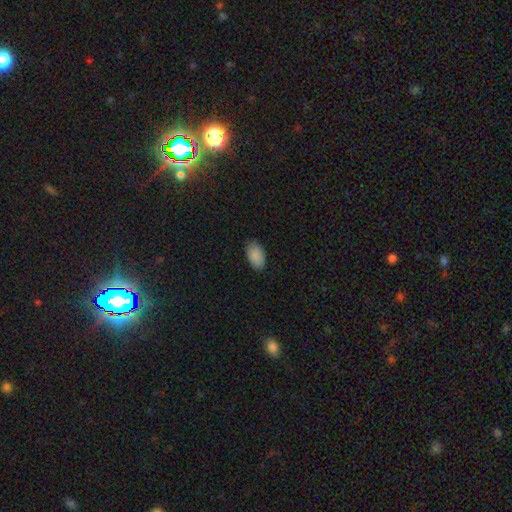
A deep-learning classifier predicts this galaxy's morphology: Overall: smooth (90%). How rounded: in between (94%). Merging: none (85%).